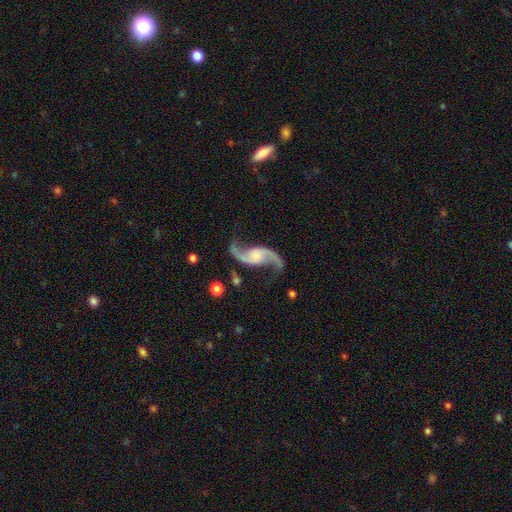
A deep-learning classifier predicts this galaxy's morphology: The model was most divided on "bulge size": small: 43%, moderate: 25%, none: 22%, large: 7%, dominant: 2%. More confident: spiral arms — yes (97%); edge-on disk — no (96%); spiral arm count — 2 (94%); smooth or featured — featured or disk (91%); spiral winding — loose (84%); merging — none (76%); bar — no (55%).